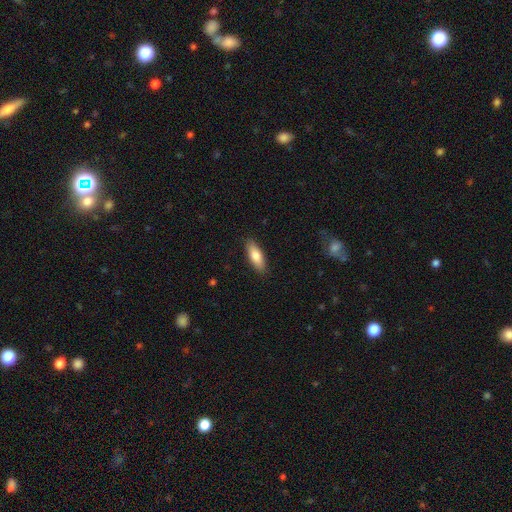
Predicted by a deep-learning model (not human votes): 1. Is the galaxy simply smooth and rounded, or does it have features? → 80% smooth, 15% featured or disk, 6% star or artifact.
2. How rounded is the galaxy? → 67% in between, 30% cigar-shaped, 2% round.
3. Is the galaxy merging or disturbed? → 88% none, 9% minor disturbance, 2% major disturbance, 1% merger.